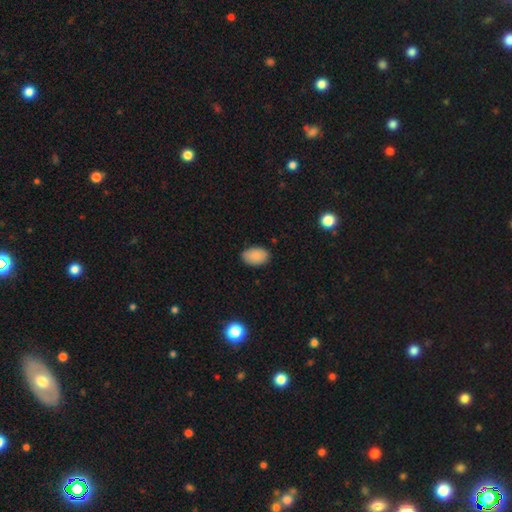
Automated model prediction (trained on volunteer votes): This is clearly a smooth galaxy (88%). How rounded: clearly in between (89%). Merging: clearly none (84%).